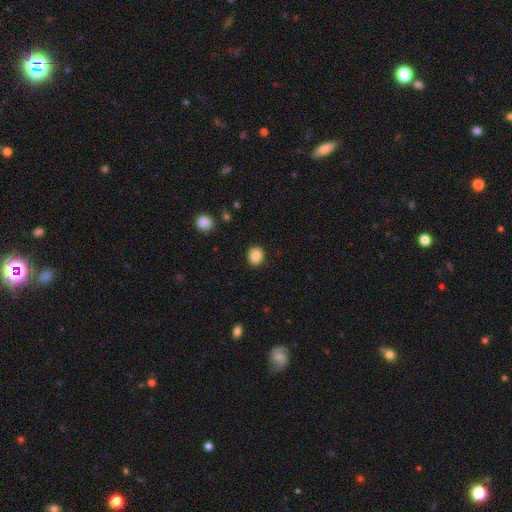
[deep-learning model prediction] smooth-or-featured: smooth: 87% | star or artifact: 9% | featured or disk: 4%
  how-rounded: round: 65% | in between: 34% | cigar-shaped: 1%
  merging: none: 88% | minor disturbance: 8% | major disturbance: 2% | merger: 1%